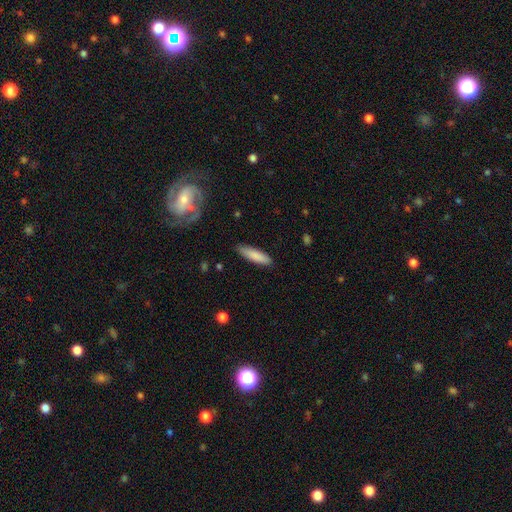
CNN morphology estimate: A smooth galaxy with no disk features (85%) that is cigar-shaped (71%). Merging: none (86%).